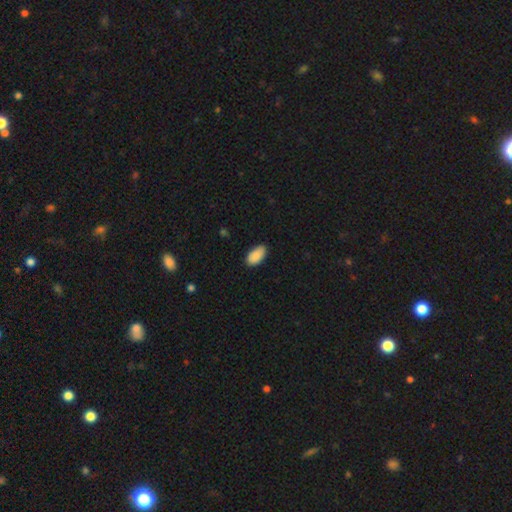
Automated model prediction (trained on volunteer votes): This appears to be a smooth galaxy with no disk features (90%) that is in between round and cigar-shaped (95%). Merging: none (82%).